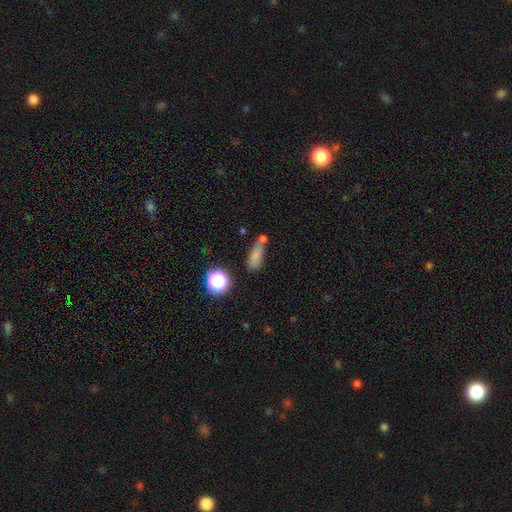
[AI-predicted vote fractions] smooth-or-featured: smooth: 70% | star or artifact: 18% | featured or disk: 12%
  how-rounded: in between: 55% | cigar-shaped: 31% | round: 14%
  merging: none: 43% | merger: 25% | minor disturbance: 21% | major disturbance: 11%